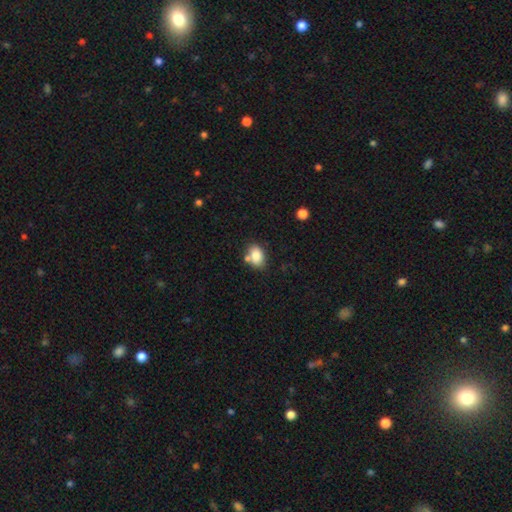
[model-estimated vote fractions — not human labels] Smooth or featured: smooth — 83% (star or artifact — 9%)
How rounded: in between — 78% (round — 21%)
Merging: none — 63% (merger — 18%)